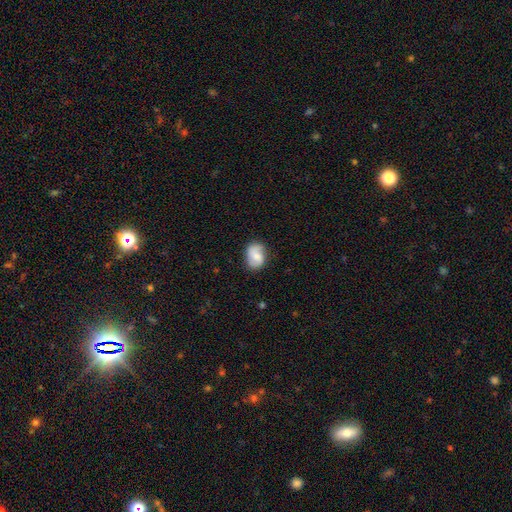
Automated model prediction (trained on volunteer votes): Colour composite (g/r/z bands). It shows a smooth galaxy with no disk features (50%). Merging: none (70%).